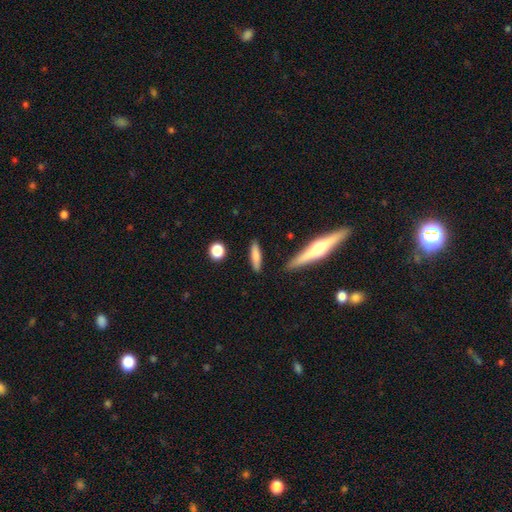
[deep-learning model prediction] The model was most divided on "how rounded": cigar-shaped: 73%, in between: 24%, round: 3%. More confident: merging — none (86%); smooth or featured — smooth (75%).